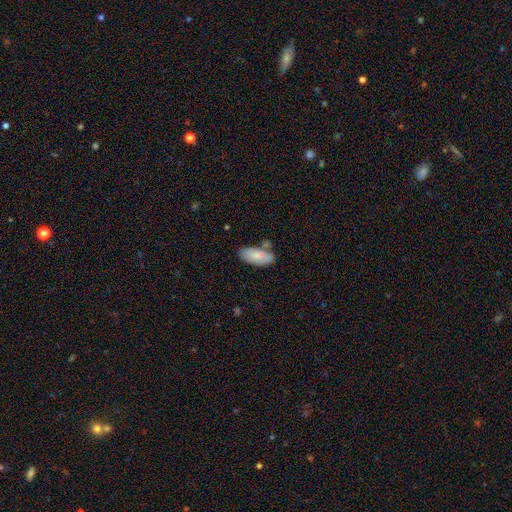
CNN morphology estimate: This is likely a smooth galaxy (78%). How rounded: clearly in between (90%). Merging: likely none (65%).